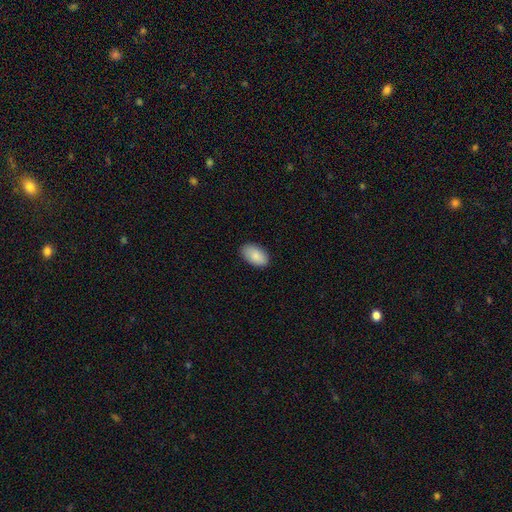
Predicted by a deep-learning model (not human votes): smooth-or-featured: smooth: 88% | featured or disk: 6% | star or artifact: 6%
  how-rounded: in between: 94% | round: 4% | cigar-shaped: 1%
  merging: none: 87% | minor disturbance: 10% | major disturbance: 2% | merger: 1%